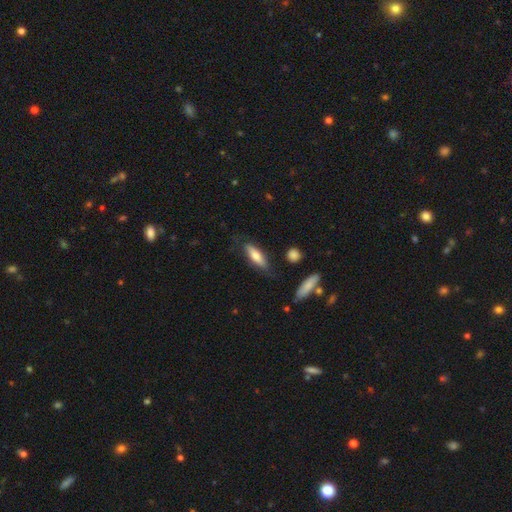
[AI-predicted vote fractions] smooth-or-featured: smooth: 70% | featured or disk: 24% | star or artifact: 6%
  how-rounded: cigar-shaped: 52% | in between: 46% | round: 2%
  merging: none: 73% | minor disturbance: 19% | major disturbance: 5% | merger: 3%